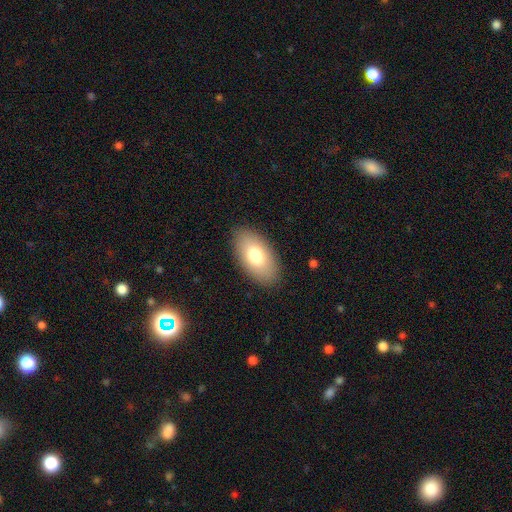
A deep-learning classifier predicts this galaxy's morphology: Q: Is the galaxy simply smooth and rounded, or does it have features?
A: smooth — 75%.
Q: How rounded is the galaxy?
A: in between — 94%.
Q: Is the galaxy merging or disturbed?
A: none — 87%.